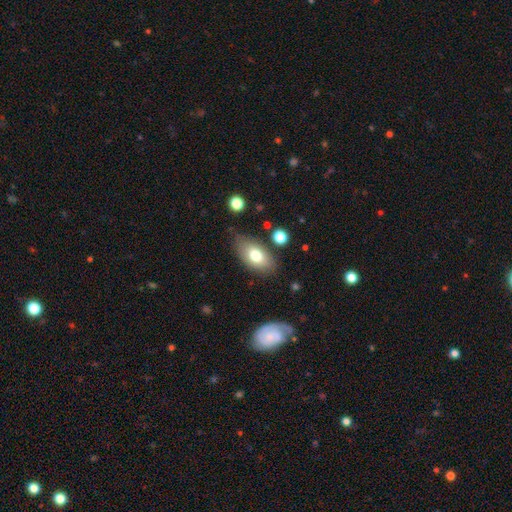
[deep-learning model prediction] smooth-or-featured: smooth: 74% | featured or disk: 19% | star or artifact: 8%
  how-rounded: in between: 91% | round: 6% | cigar-shaped: 3%
  merging: none: 72% | minor disturbance: 19% | major disturbance: 5% | merger: 4%